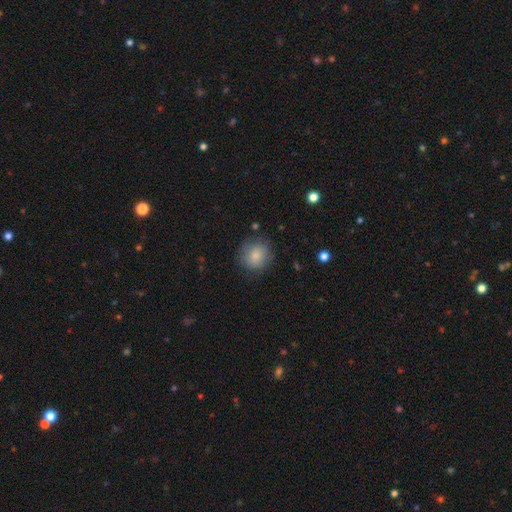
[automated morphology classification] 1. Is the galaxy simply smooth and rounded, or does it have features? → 83% smooth, 9% featured or disk, 8% star or artifact.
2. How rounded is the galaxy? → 89% round, 10% in between, 1% cigar-shaped.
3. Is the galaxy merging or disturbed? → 79% none, 15% minor disturbance, 4% major disturbance, 1% merger.